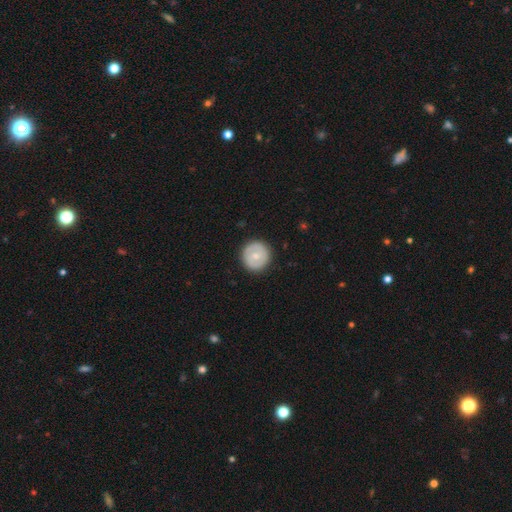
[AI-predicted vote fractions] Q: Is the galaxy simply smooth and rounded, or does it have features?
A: smooth — 55%.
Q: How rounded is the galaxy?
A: round — 93%.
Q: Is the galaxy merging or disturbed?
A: none — 89%.